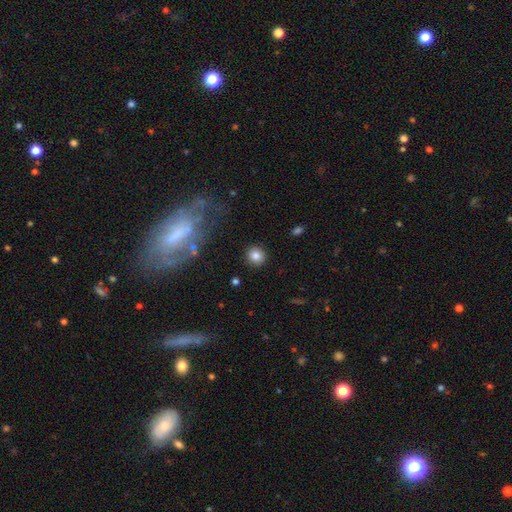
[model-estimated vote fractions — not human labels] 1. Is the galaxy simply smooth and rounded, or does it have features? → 82% smooth, 10% star or artifact, 7% featured or disk.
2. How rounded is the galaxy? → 89% round, 10% in between, 1% cigar-shaped.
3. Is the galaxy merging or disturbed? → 90% none, 6% minor disturbance, 2% major disturbance, 1% merger.